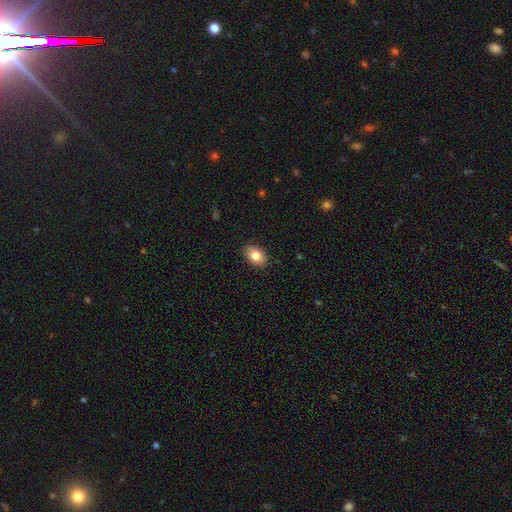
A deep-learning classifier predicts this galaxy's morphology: Smooth or featured? Predicted: smooth (p=0.82). How rounded? Predicted: in between (p=0.85). Merging? Predicted: none (p=0.88).